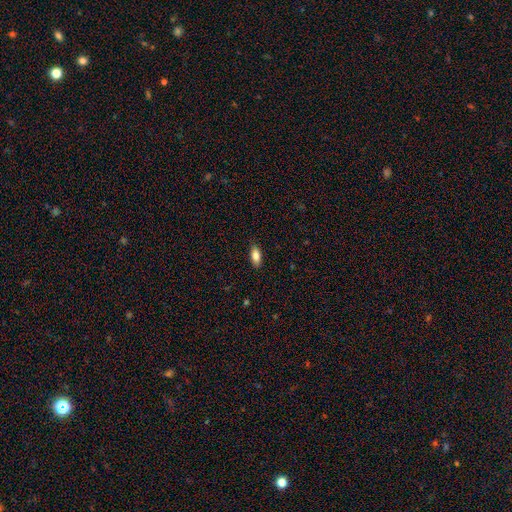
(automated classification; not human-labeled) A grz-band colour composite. It shows a smooth galaxy with no disk features (84%) that is in between round and cigar-shaped (84%). Merging: none (88%).